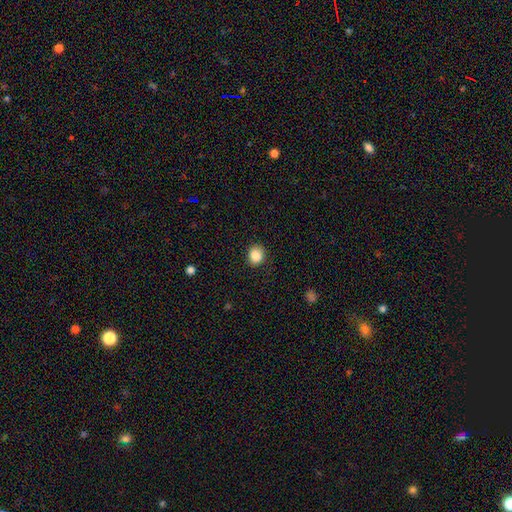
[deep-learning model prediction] Smooth or featured? Predicted: smooth (p=0.88). How rounded? Predicted: round (p=0.68). Merging? Predicted: none (p=0.87).